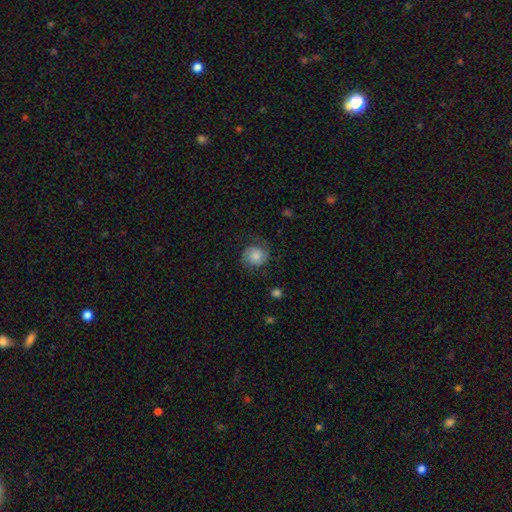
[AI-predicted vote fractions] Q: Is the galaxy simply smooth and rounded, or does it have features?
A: smooth — 51%.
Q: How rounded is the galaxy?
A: round — 80%.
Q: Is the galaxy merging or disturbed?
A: none — 67%.